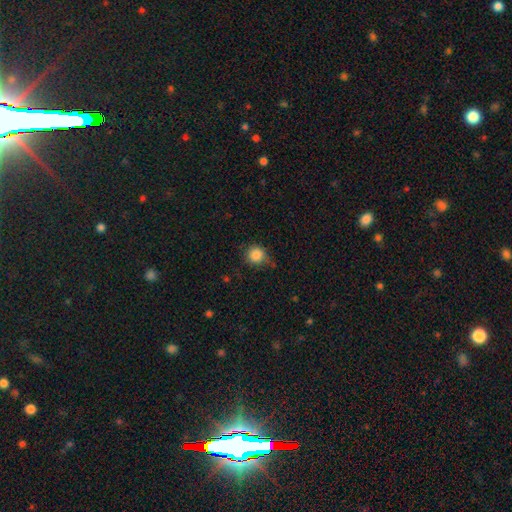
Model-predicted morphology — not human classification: The model was most divided on "merging": none: 70%, minor disturbance: 23%, major disturbance: 5%, merger: 2%. More confident: how rounded — round (90%); smooth or featured — smooth (86%).